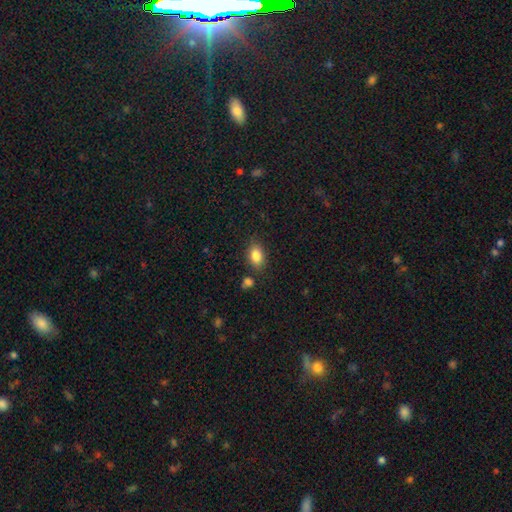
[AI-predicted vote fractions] Smooth or featured? smooth (85%)
How rounded? in between (80%)
Merging? none (80%)